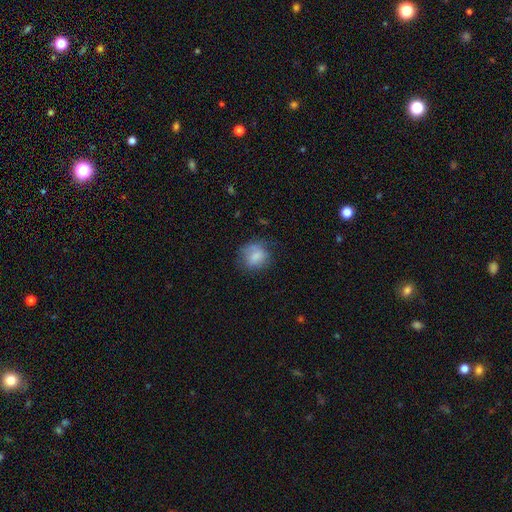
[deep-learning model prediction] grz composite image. It shows a smooth galaxy with no disk features (74%) that is round (69%). Merging: none (56%).